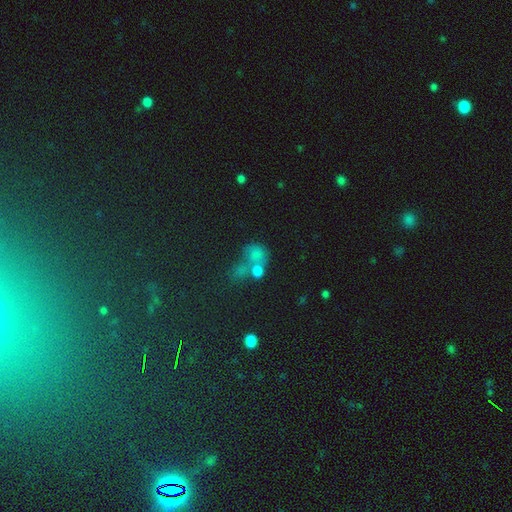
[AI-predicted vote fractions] smooth_or_featured: smooth (p=0.64) [alt: star or artifact p=0.20]
how_rounded: round (p=0.61) [alt: in between p=0.37]
merging: merger (p=0.50) [alt: none p=0.25]